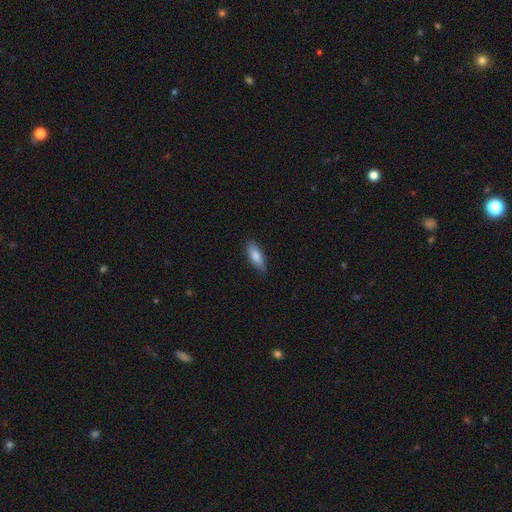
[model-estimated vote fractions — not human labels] Overall: smooth (80%). How rounded: in between (66%; cigar-shaped 32%). Merging: none (82%).